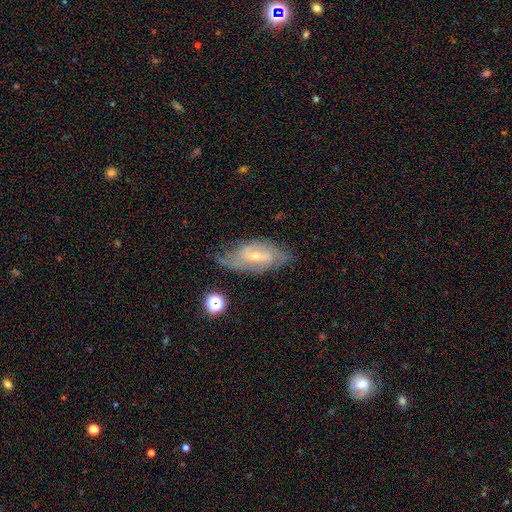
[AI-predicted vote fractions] A featured or disk galaxy (79%) with a weak bar (49%), 2 (54%) medium (42%) spiral arms (92%) and a small central bulge (59%).

Vote fractions:
- Smooth or featured? featured or disk: 79% / smooth: 14% / star or artifact: 7%
- Edge-on disk? no: 92% / yes: 8%
- Bar? weak: 49% / no: 31% / strong: 20%
- Spiral arms? yes: 92% / no: 8%
- Spiral winding? medium: 42% / tight: 40% / loose: 18%
- Spiral arm count? 2: 54% / can't tell: 25% / 3: 11% / 4: 4% / 1: 3% / more than 4: 3%
- Bulge size? small: 59% / moderate: 38% / none: 1% / large: 1% / dominant: 1%
- Merging? none: 68% / minor disturbance: 23% / major disturbance: 7% / merger: 2%